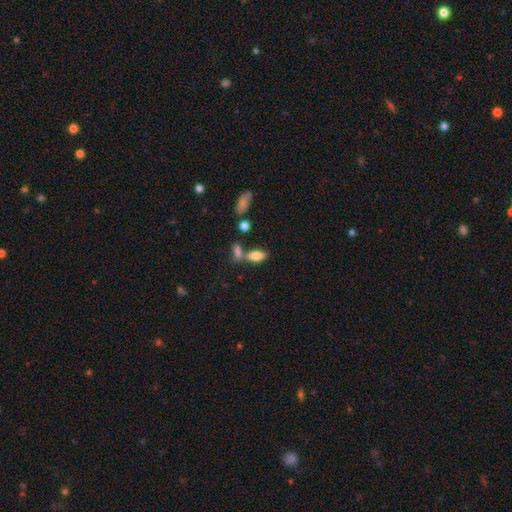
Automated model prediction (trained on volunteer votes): Morphology: type=smooth (76%); roundness=in between (82%); merging=none (56%).